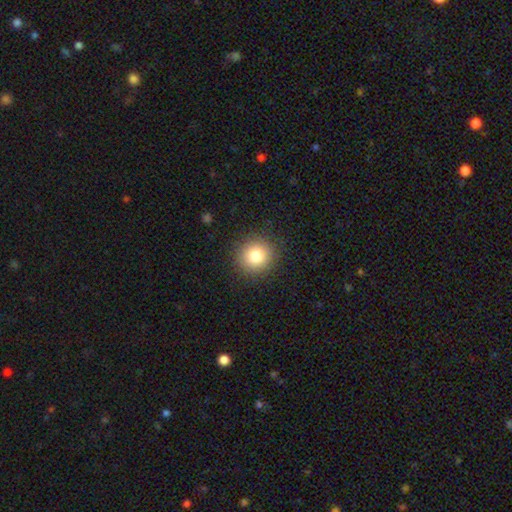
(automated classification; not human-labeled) smooth-or-featured: smooth: 81% | star or artifact: 11% | featured or disk: 8%
  how-rounded: round: 91% | in between: 8% | cigar-shaped: 1%
  merging: none: 91% | minor disturbance: 6% | major disturbance: 2% | merger: 1%